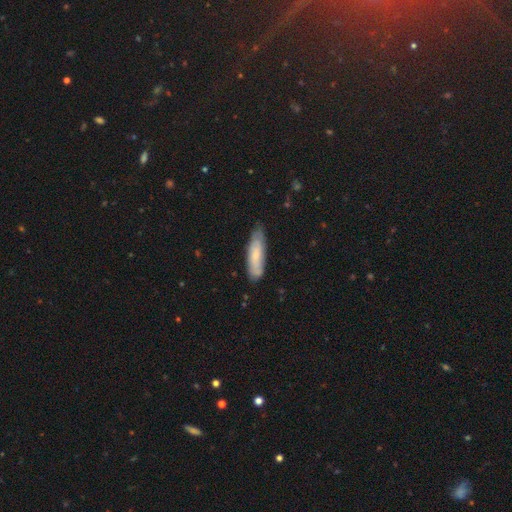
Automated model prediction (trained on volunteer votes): smooth-or-featured: smooth: 62% | featured or disk: 32% | star or artifact: 6%
  how-rounded: cigar-shaped: 59% | in between: 40% | round: 1%
  merging: none: 72% | minor disturbance: 22% | major disturbance: 4% | merger: 2%